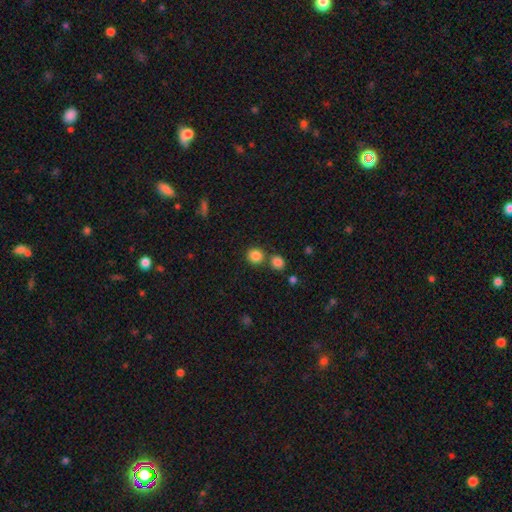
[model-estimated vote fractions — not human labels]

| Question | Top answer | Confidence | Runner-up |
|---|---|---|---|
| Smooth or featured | smooth | 84% | star or artifact (11%) |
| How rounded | round | 90% | in between (9%) |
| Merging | none | 71% | merger (19%) |